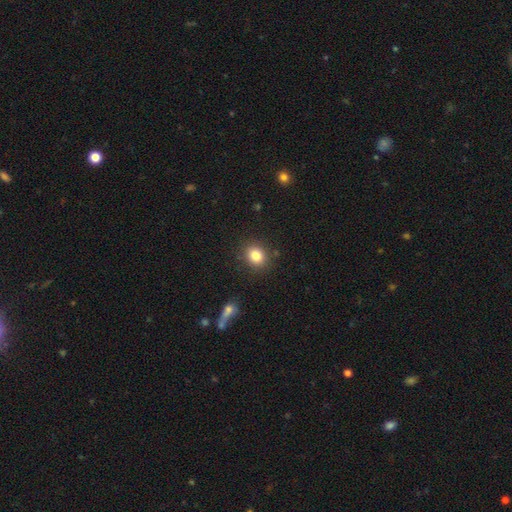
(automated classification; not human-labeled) Smooth or featured?
  - smooth: 83% *
  - star or artifact: 11%
  - featured or disk: 6%
How rounded?
  - round: 65% *
  - in between: 34%
  - cigar-shaped: 1%
Merging?
  - none: 87% *
  - minor disturbance: 8%
  - major disturbance: 3%
  - merger: 2%